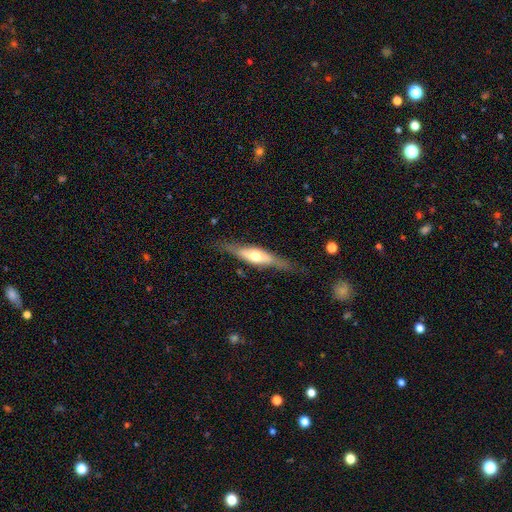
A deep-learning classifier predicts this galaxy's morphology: Overall: featured or disk (61%; smooth 34%). Edge-on disk: yes (84%). Edge-on bulge: rounded (86%). Merging: none (77%).